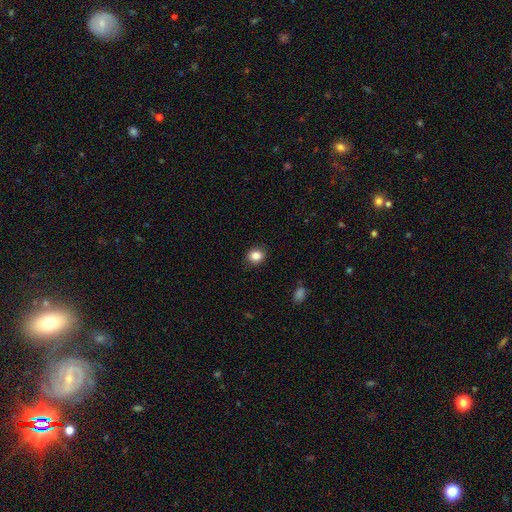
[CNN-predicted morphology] Smooth or featured: smooth — 85% (star or artifact — 10%)
How rounded: round — 67% (in between — 32%)
Merging: none — 89% (minor disturbance — 8%)